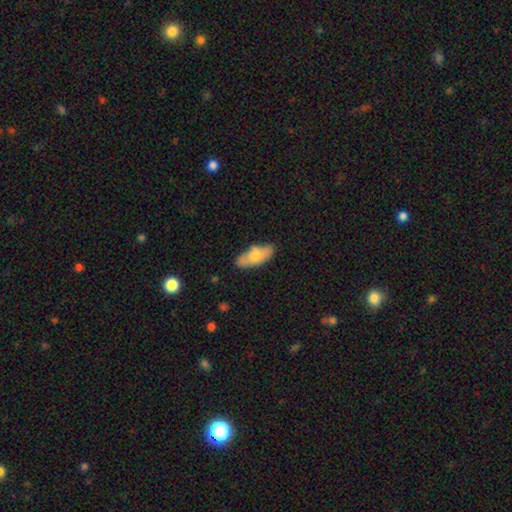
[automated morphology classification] Smooth or featured?
  - smooth: 66% *
  - featured or disk: 27%
  - star or artifact: 6%
How rounded?
  - in between: 79% *
  - cigar-shaped: 19%
  - round: 3%
Merging?
  - none: 67% *
  - minor disturbance: 23%
  - major disturbance: 5%
  - merger: 5%